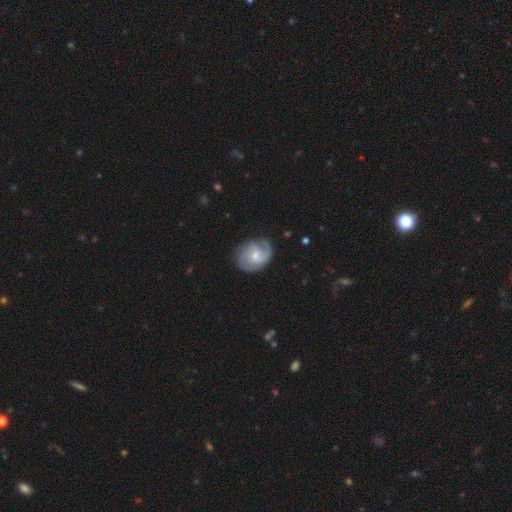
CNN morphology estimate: type=featured or disk (75%); edge-on=no (98%); bar=no (61%); spiral arms=yes (94%); winding=medium (43%); arm count=2 (52%); bulge=small (52%); merging=none (70%).